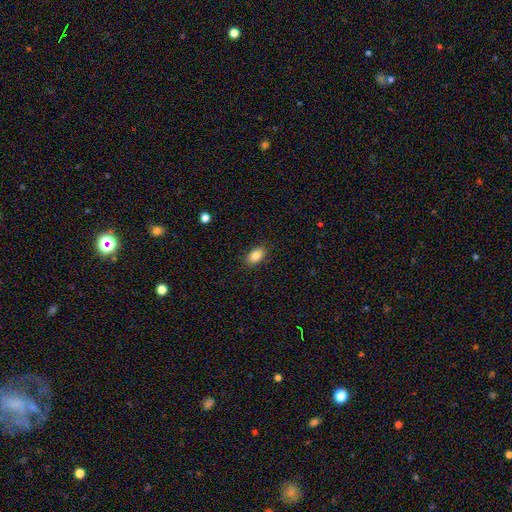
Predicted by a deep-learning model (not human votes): Smooth or featured? smooth (84%)
How rounded? in between (90%)
Merging? none (87%)